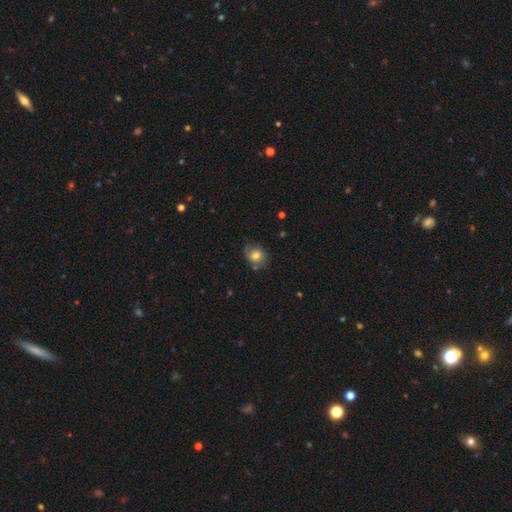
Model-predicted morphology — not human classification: smooth 70%, featured or disk 20%, star or artifact 10%. Down the decision tree: how rounded — round (65%); merging — none (63%).